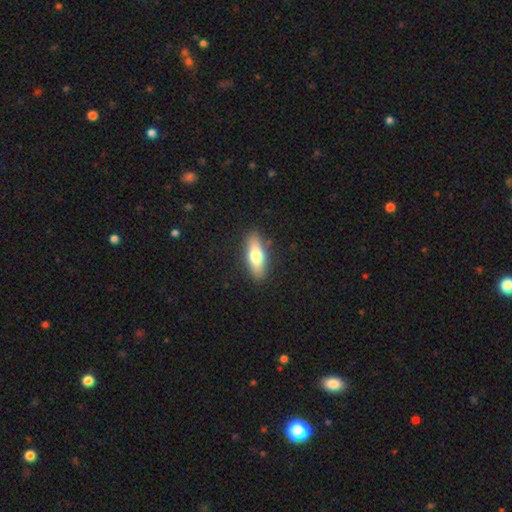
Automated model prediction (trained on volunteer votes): Morphology: type=smooth (67%); roundness=in between (63%); merging=none (87%).